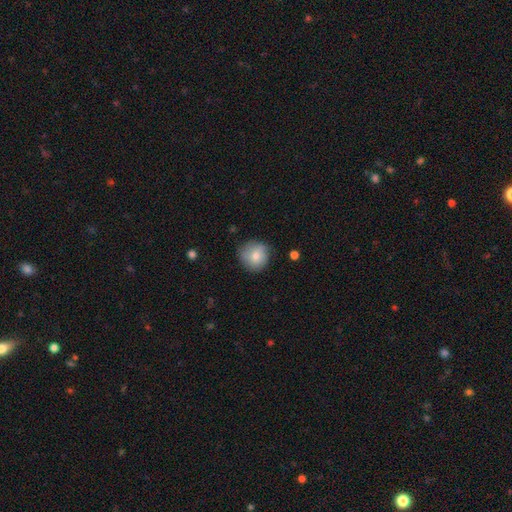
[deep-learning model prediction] smooth-or-featured: smooth: 77% | featured or disk: 15% | star or artifact: 8%
  how-rounded: round: 92% | in between: 7% | cigar-shaped: 1%
  merging: none: 77% | minor disturbance: 18% | major disturbance: 4% | merger: 1%